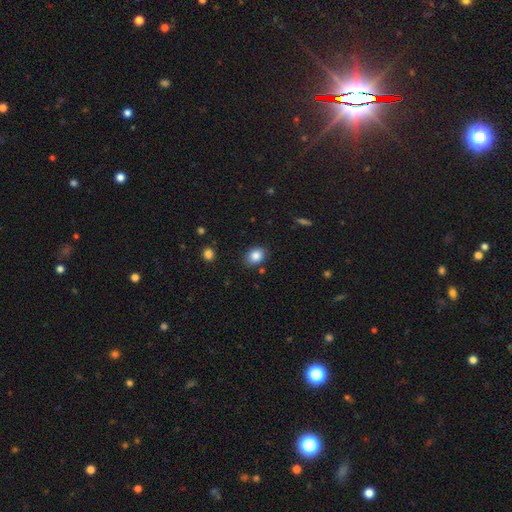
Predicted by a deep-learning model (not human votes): A smooth galaxy with no disk features (85%) that is in between round and cigar-shaped (59%).

Vote fractions:
- Smooth or featured? smooth: 85% / star or artifact: 9% / featured or disk: 5%
- How rounded? in between: 59% / round: 40% / cigar-shaped: 1%
- Merging? none: 84% / minor disturbance: 11% / major disturbance: 3% / merger: 2%